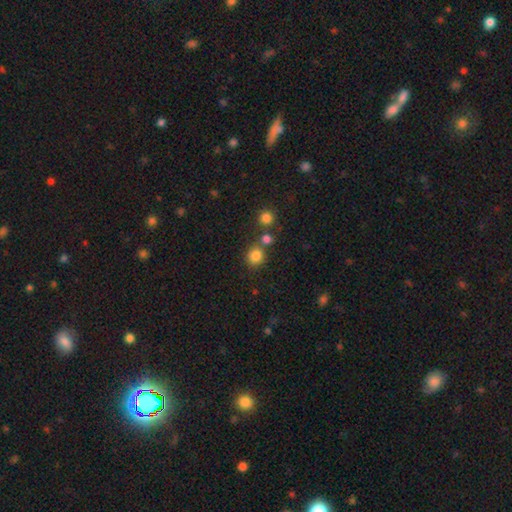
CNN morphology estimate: Q: Smooth or featured?
A: smooth (83%); runner-up: star or artifact (12%)
Q: How rounded?
A: round (83%); runner-up: in between (16%)
Q: Merging?
A: none (71%); runner-up: merger (17%)